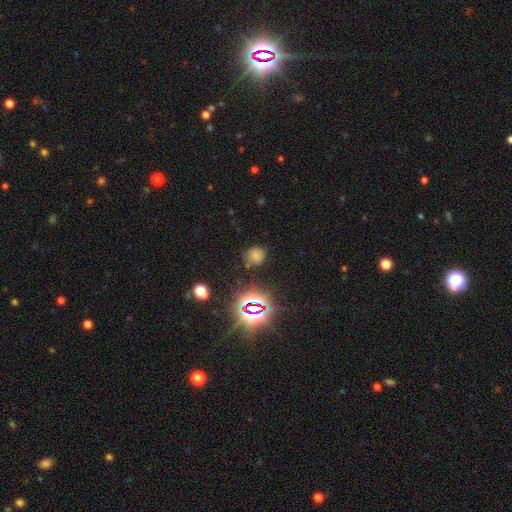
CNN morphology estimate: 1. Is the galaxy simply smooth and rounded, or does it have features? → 62% smooth, 29% star or artifact, 9% featured or disk.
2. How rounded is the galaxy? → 82% round, 16% in between, 1% cigar-shaped.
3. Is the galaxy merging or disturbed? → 72% none, 18% minor disturbance, 6% major disturbance, 4% merger.